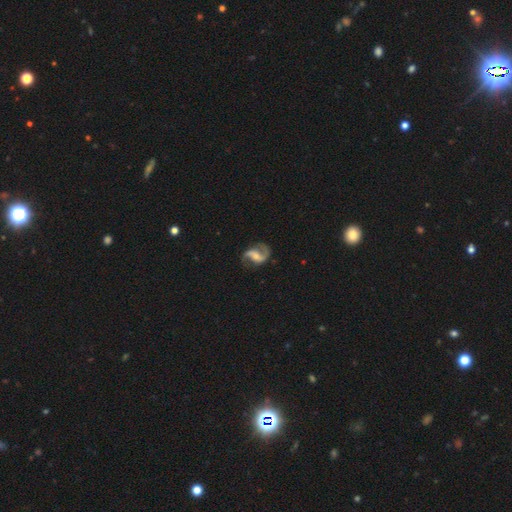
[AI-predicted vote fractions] This is clearly a featured or disk galaxy (88%). It is clearly not viewed edge-on (98%). Bar: marginally weak (44%). Spiral arm pattern: clearly yes (96%). Spiral arm count: clearly 2 (91%). Spiral winding: possibly loose (47%). Central bulge: marginally small (44%). Merging: likely none (73%).